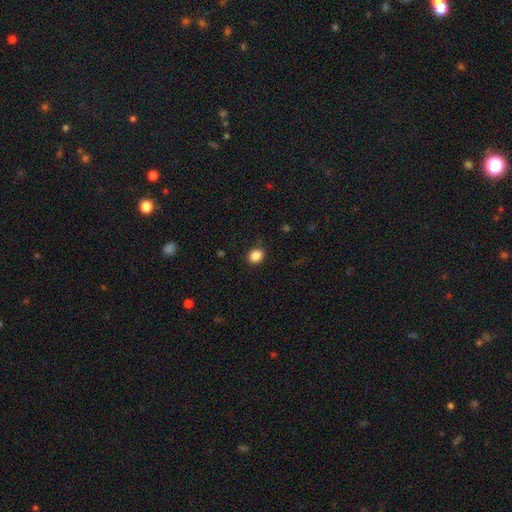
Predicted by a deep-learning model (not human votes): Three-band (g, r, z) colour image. It shows a smooth galaxy with no disk features (87%) that is round (52%). Merging: none (86%).